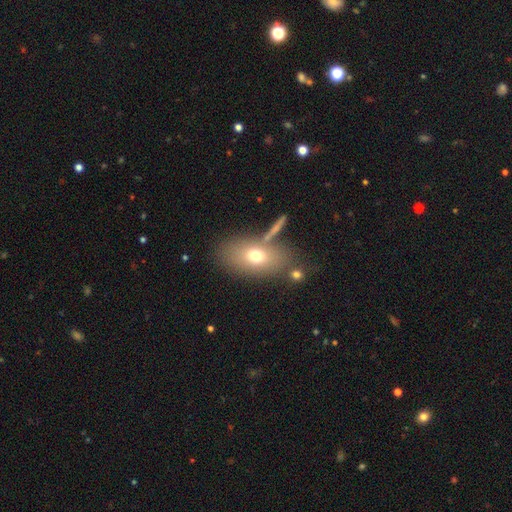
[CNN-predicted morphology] Smooth or featured? Predicted: smooth (p=0.68). How rounded? Predicted: in between (p=0.83). Merging? Predicted: none (p=0.67).